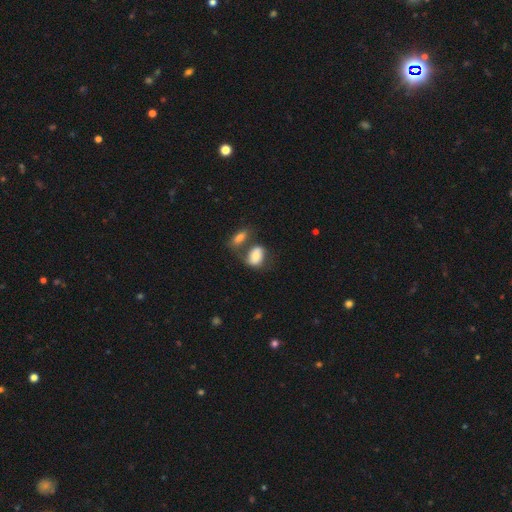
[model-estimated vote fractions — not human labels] Overall: smooth (70%). How rounded: in between (80%). Merging: merger (43%; none 35%).